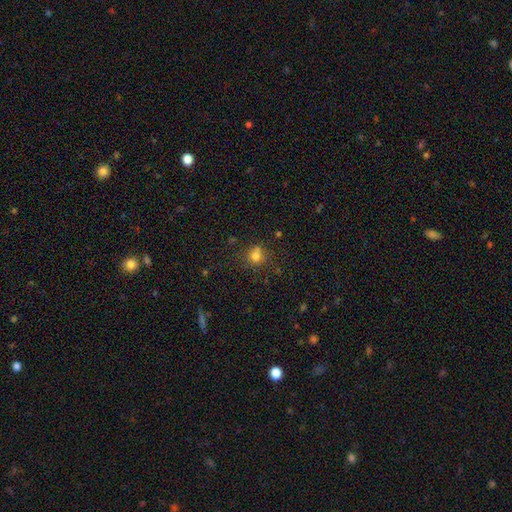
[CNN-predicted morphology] The model was most divided on "merging": none: 66%, merger: 15%, minor disturbance: 14%, major disturbance: 5%. More confident: how rounded — round (85%); smooth or featured — smooth (77%).